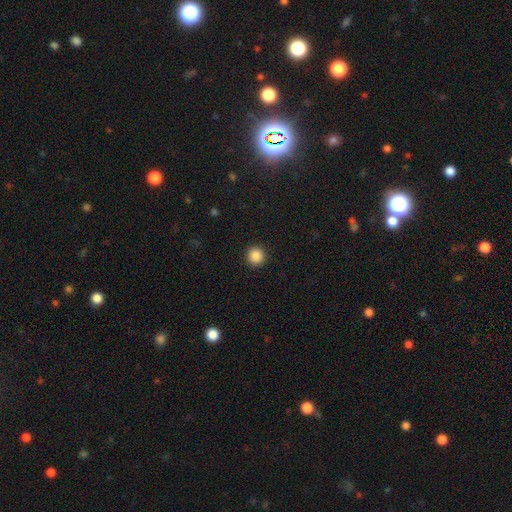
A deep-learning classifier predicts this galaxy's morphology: Smooth or featured?
  - smooth: 88% *
  - star or artifact: 10%
  - featured or disk: 3%
How rounded?
  - round: 95% *
  - in between: 4%
  - cigar-shaped: 1%
Merging?
  - none: 93% *
  - minor disturbance: 4%
  - major disturbance: 2%
  - merger: 1%